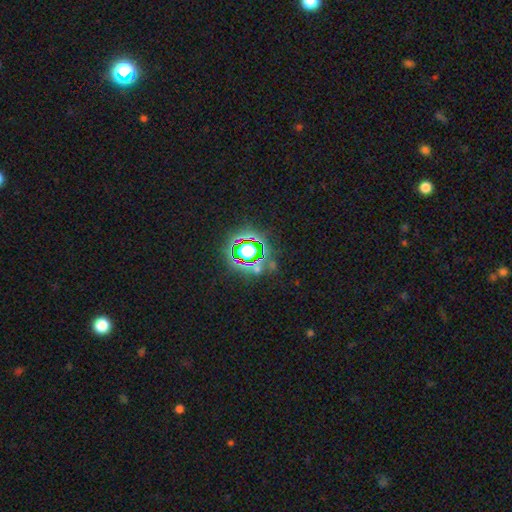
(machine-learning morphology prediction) smooth_or_featured: star or artifact (p=0.79) [alt: smooth p=0.13]